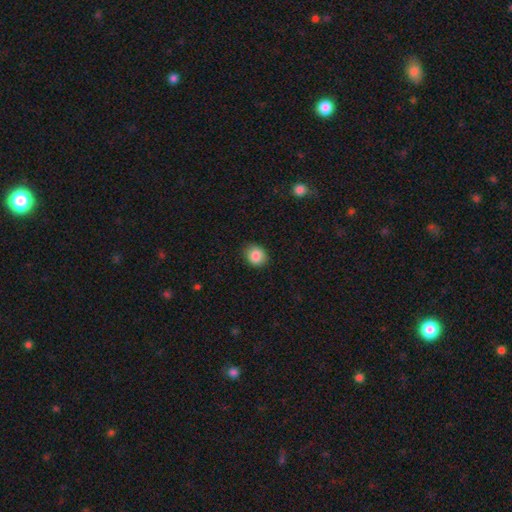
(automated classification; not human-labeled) This is clearly a smooth galaxy (87%). How rounded: likely round (64%). Merging: clearly none (86%).